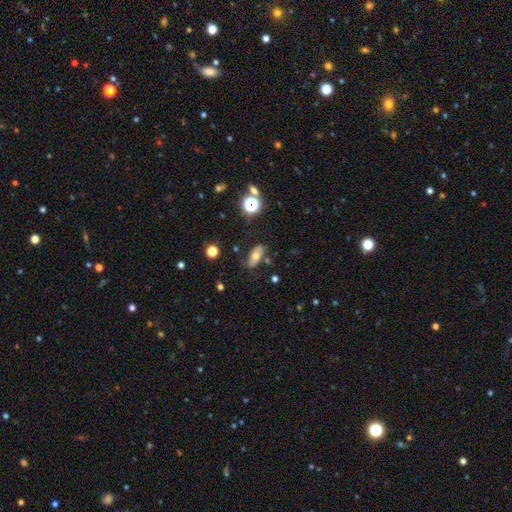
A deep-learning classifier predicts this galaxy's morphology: smooth-or-featured: smooth: 61% | featured or disk: 28% | star or artifact: 12%
  how-rounded: in between: 80% | cigar-shaped: 14% | round: 6%
  merging: none: 77% | minor disturbance: 15% | major disturbance: 4% | merger: 4%